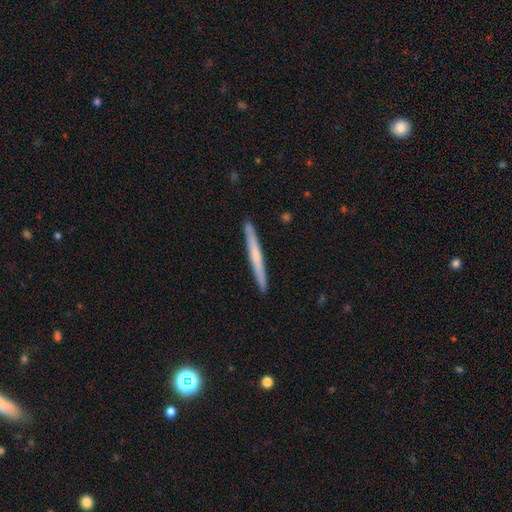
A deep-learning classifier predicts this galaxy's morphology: This is possibly a smooth galaxy (48%). Merging: clearly none (92%).